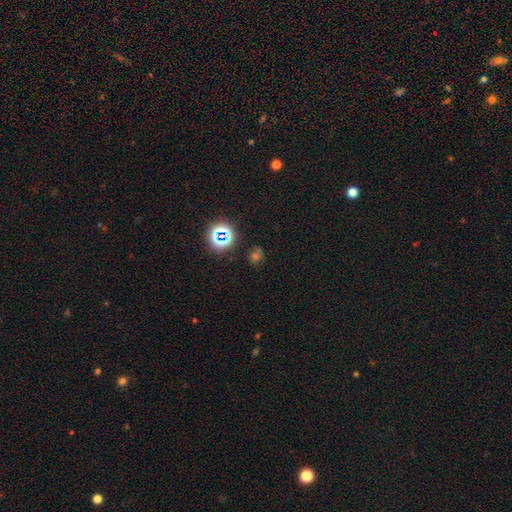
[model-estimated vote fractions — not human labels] Overall: star or artifact (56%; smooth 35%).